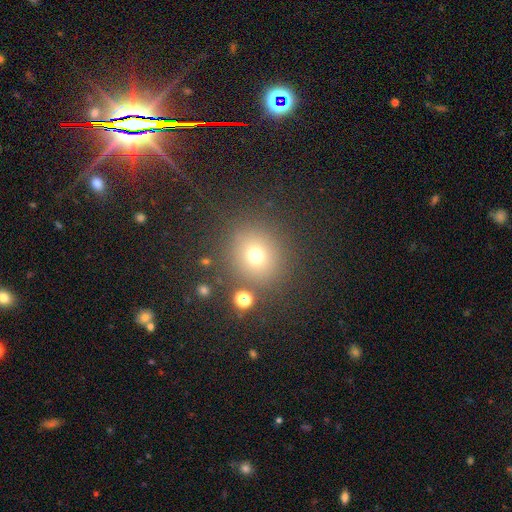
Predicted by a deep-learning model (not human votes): Smooth or featured? smooth (70%)
How rounded? round (88%)
Merging? none (83%)